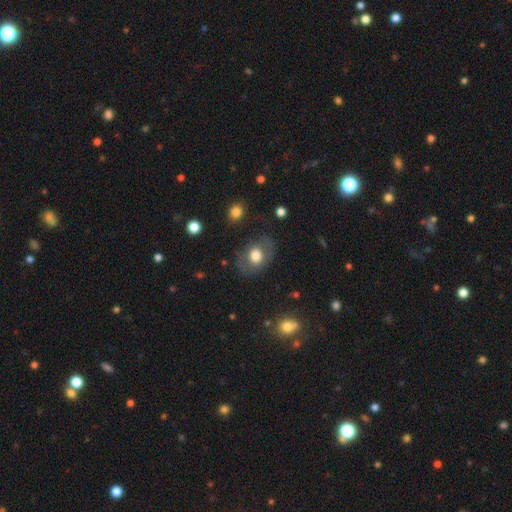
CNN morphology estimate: smooth-or-featured: smooth: 67% | featured or disk: 25% | star or artifact: 9%
  how-rounded: in between: 57% | round: 42% | cigar-shaped: 1%
  merging: none: 73% | minor disturbance: 16% | major disturbance: 9% | merger: 2%